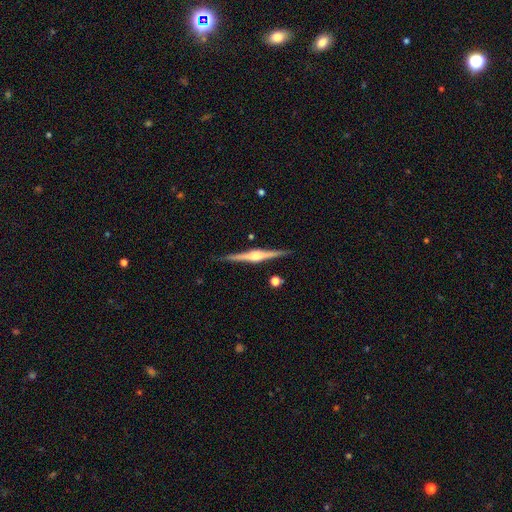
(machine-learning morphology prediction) A featured or disk galaxy (84%) viewed edge-on (99%) with a rounded central bulge (86%).

Vote fractions:
- Smooth or featured? featured or disk: 84% / smooth: 11% / star or artifact: 5%
- Edge-on disk? yes: 99% / no: 1%
- Edge-on bulge? rounded: 86% / boxy: 11% / none: 3%
- Merging? none: 89% / minor disturbance: 8% / major disturbance: 2% / merger: 1%